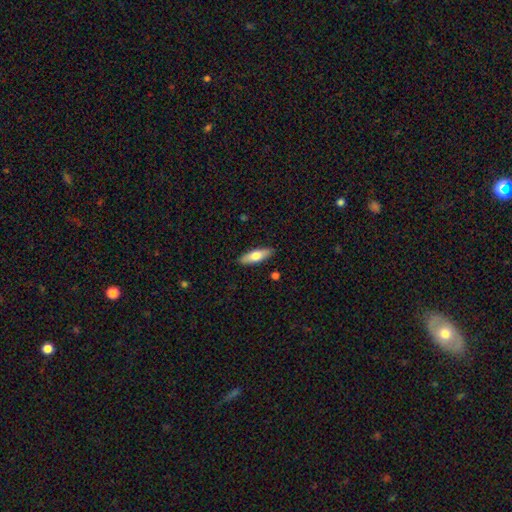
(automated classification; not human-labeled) Smooth or featured?
  - smooth: 67% *
  - featured or disk: 27%
  - star or artifact: 6%
How rounded?
  - in between: 53% *
  - cigar-shaped: 45%
  - round: 2%
Merging?
  - none: 89% *
  - minor disturbance: 8%
  - major disturbance: 2%
  - merger: 1%